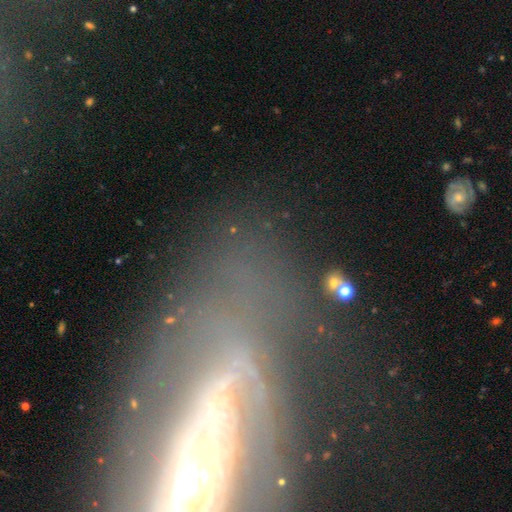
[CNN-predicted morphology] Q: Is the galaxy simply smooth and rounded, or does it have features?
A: featured or disk — 66%.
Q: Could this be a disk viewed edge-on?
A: no — 80%.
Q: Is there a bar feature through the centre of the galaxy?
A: no — 51%.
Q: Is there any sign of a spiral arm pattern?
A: no — 51%.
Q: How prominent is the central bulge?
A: moderate — 41%.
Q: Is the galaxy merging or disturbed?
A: none — 44%.